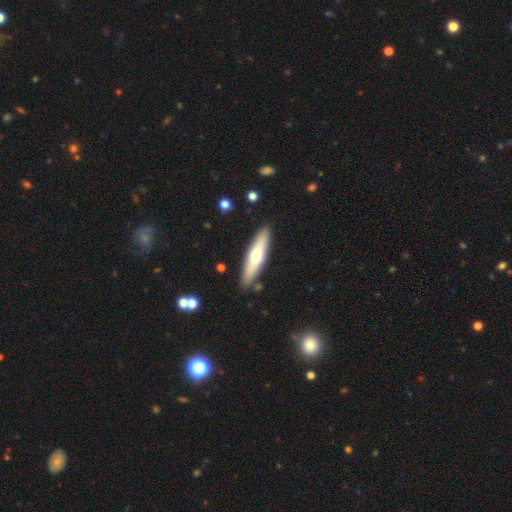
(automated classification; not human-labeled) This is possibly a smooth galaxy (56%). How rounded: likely cigar-shaped (75%). Merging: clearly none (87%).